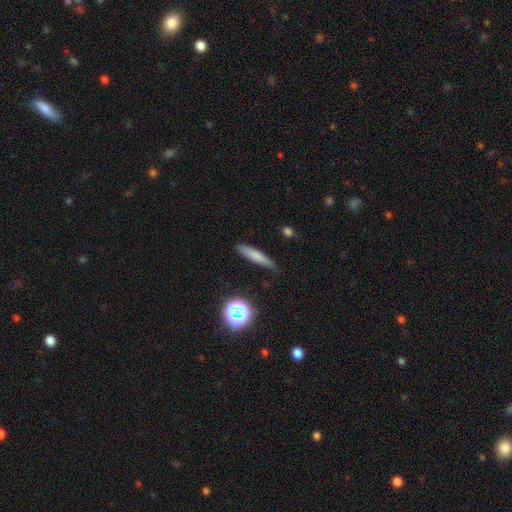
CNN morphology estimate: This is likely a smooth galaxy (72%). How rounded: clearly cigar-shaped (83%). Merging: clearly none (80%).